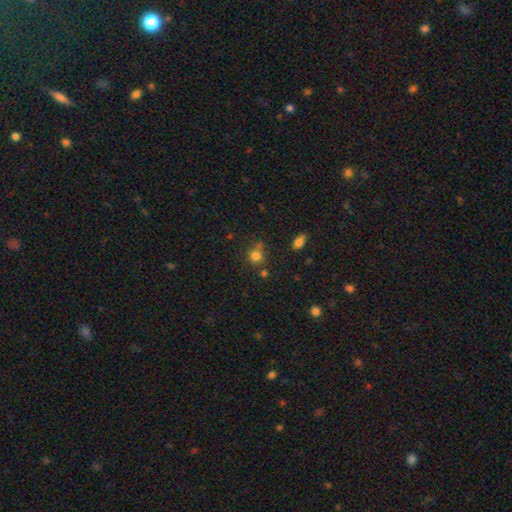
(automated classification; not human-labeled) The model was most divided on "merging": none: 60%, merger: 17%, minor disturbance: 17%, major disturbance: 6%. More confident: how rounded — round (82%); smooth or featured — smooth (78%).